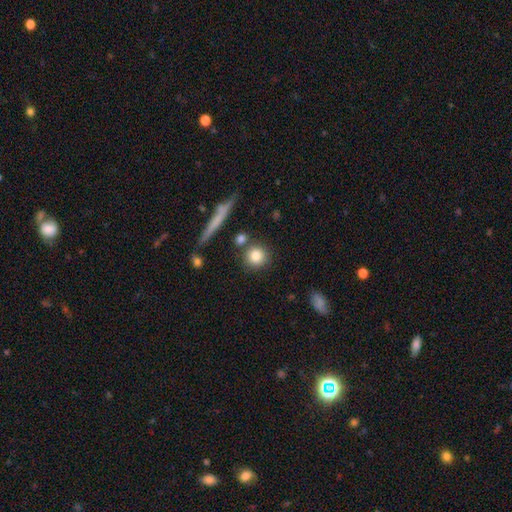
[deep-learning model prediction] Smooth or featured: smooth — 82% (star or artifact — 9%)
How rounded: round — 90% (in between — 8%)
Merging: none — 78% (merger — 10%)